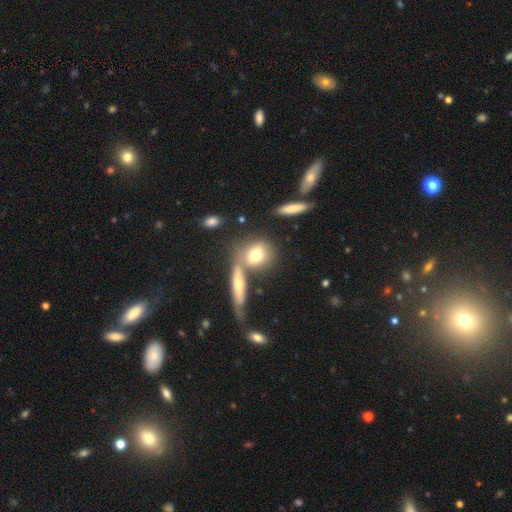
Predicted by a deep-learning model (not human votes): A smooth galaxy with no disk features (69%) that is round (53%). Merging: none (52%).